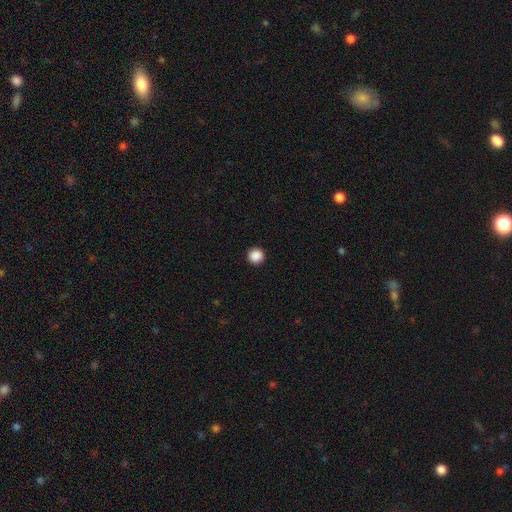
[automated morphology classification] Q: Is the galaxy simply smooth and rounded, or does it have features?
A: smooth — 89%.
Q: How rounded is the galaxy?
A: round — 95%.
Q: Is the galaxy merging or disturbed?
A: none — 93%.